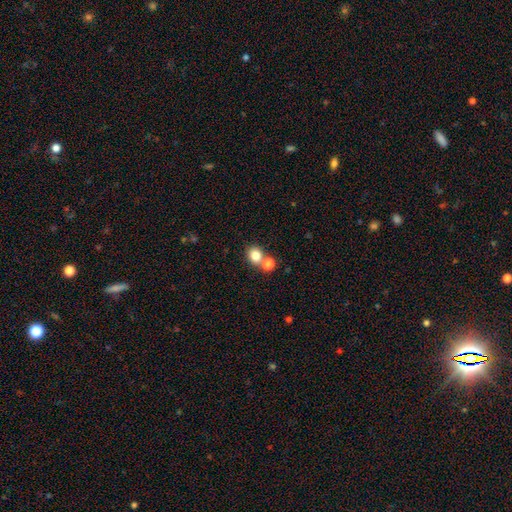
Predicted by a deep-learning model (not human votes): Smooth or featured: smooth — 81% (star or artifact — 12%)
How rounded: round — 74% (in between — 25%)
Merging: none — 59% (merger — 31%)